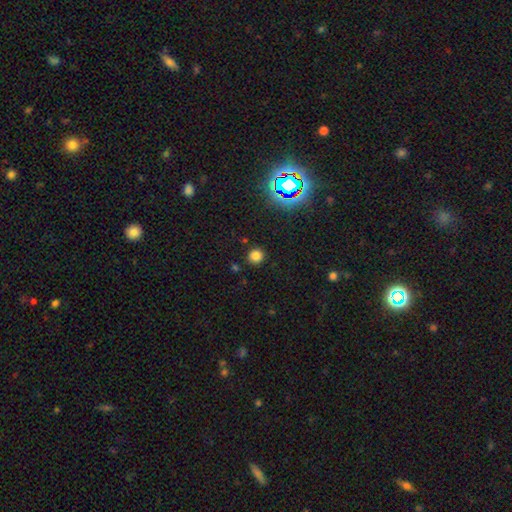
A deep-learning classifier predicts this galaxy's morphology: The model was most divided on "smooth or featured": smooth: 77%, star or artifact: 18%, featured or disk: 5%. More confident: how rounded — round (92%); merging — none (89%).